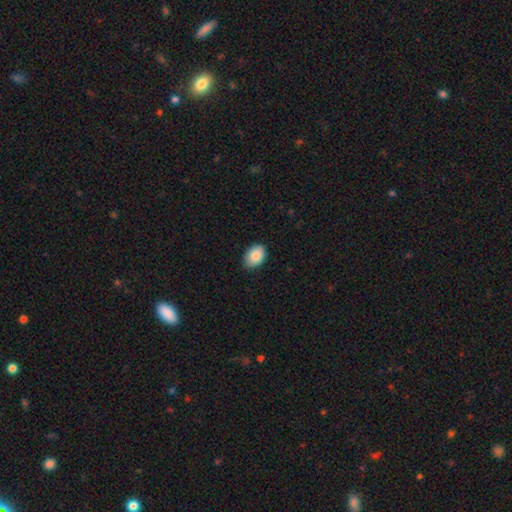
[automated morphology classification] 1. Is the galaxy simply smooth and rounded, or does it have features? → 87% smooth, 7% star or artifact, 6% featured or disk.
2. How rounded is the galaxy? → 83% in between, 16% round, 1% cigar-shaped.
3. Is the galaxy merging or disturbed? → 85% none, 13% minor disturbance, 2% major disturbance, 1% merger.